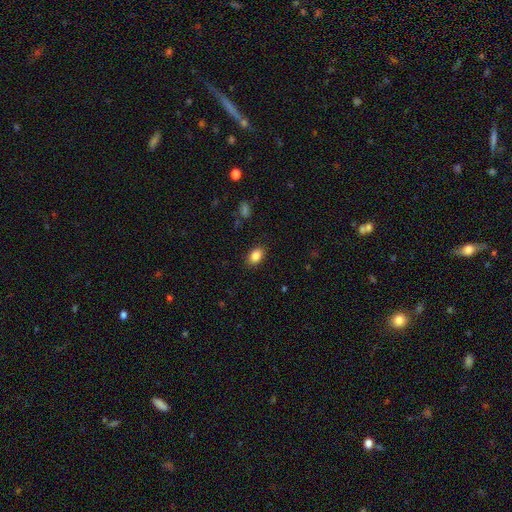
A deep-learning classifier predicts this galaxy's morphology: Smooth or featured?
  - smooth: 86% *
  - star or artifact: 9%
  - featured or disk: 5%
How rounded?
  - in between: 85% *
  - round: 14%
  - cigar-shaped: 1%
Merging?
  - none: 87% *
  - minor disturbance: 10%
  - major disturbance: 3%
  - merger: 1%